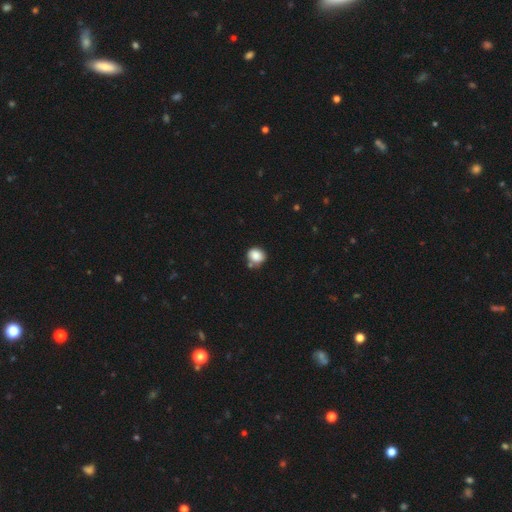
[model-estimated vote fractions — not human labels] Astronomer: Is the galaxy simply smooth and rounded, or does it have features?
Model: smooth — 85%.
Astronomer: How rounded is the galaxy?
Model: round — 70%.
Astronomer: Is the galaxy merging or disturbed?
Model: none — 62%.